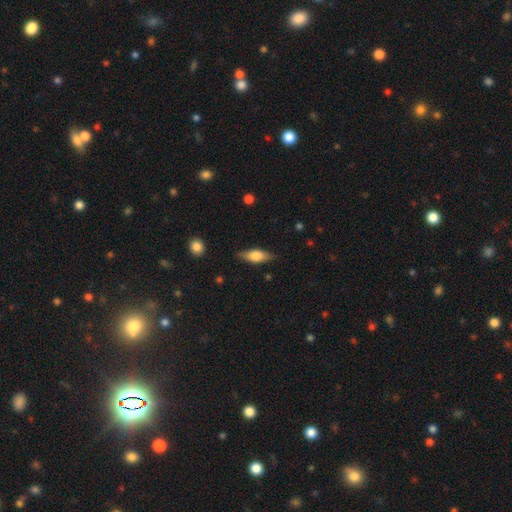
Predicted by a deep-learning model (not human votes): smooth-or-featured: smooth: 60% | featured or disk: 33% | star or artifact: 7%
  how-rounded: in between: 68% | cigar-shaped: 29% | round: 3%
  merging: none: 83% | minor disturbance: 13% | major disturbance: 3% | merger: 1%